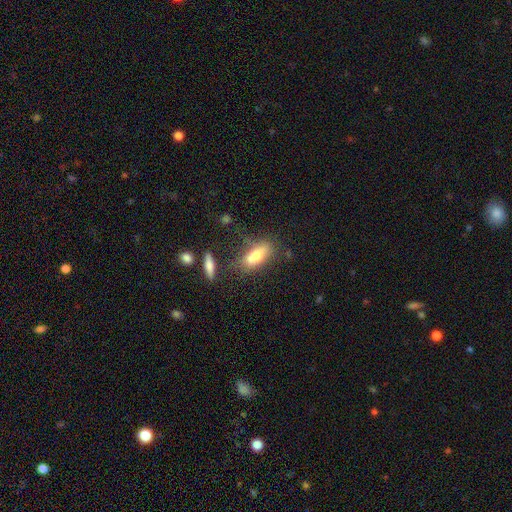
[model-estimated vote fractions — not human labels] A smooth galaxy with no disk features (75%) that is in between round and cigar-shaped (73%).

Vote fractions:
- Smooth or featured? smooth: 75% / featured or disk: 17% / star or artifact: 8%
- How rounded? in between: 73% / cigar-shaped: 24% / round: 3%
- Merging? none: 60% / minor disturbance: 21% / merger: 10% / major disturbance: 10%